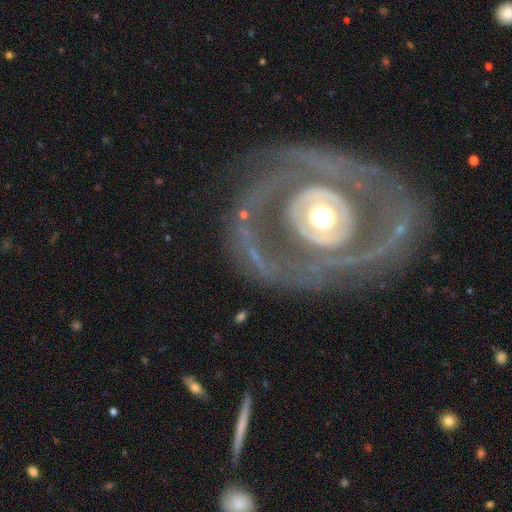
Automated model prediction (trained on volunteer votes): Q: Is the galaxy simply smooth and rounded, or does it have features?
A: featured or disk — 85%.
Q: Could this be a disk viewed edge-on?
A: no — 96%.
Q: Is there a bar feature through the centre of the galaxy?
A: no — 76%.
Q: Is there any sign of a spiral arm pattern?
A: yes — 66%.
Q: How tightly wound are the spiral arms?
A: tight — 63%.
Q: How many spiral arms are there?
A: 2 — 44%.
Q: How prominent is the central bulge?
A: moderate — 62%.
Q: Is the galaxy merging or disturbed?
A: none — 74%.